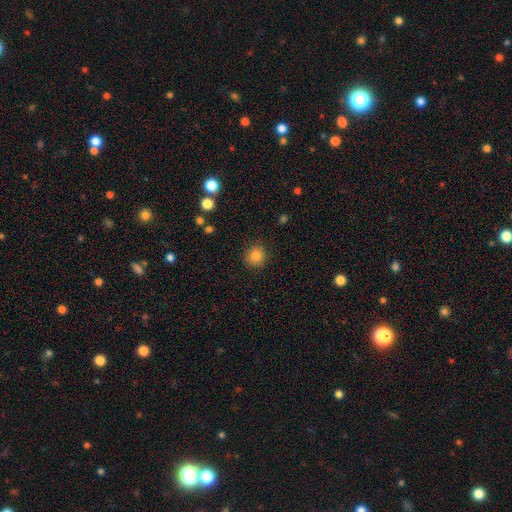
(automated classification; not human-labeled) This is clearly a smooth galaxy (85%). How rounded: clearly round (91%). Merging: clearly none (90%).